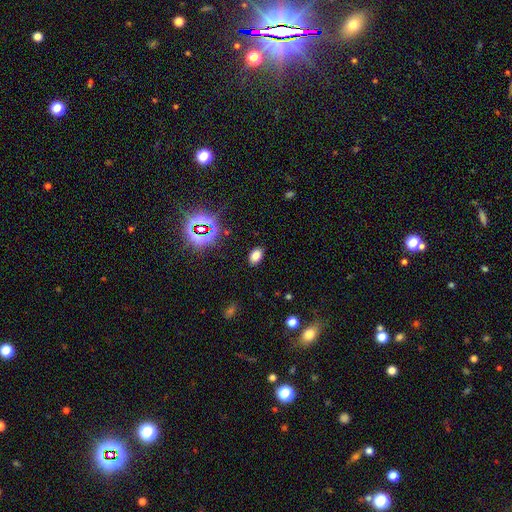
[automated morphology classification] The model was most divided on "smooth or featured": smooth: 74%, star or artifact: 20%, featured or disk: 7%. More confident: how rounded — in between (89%); merging — none (87%).